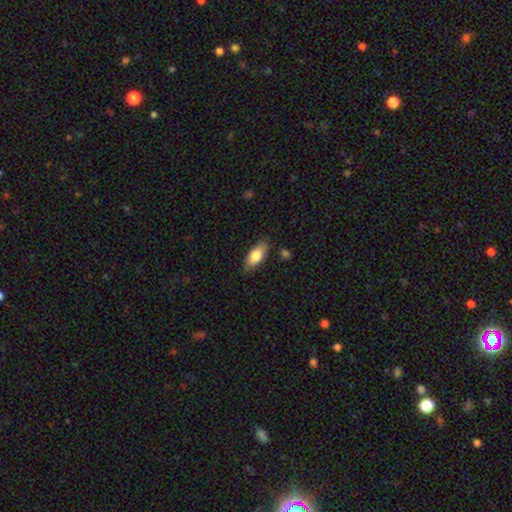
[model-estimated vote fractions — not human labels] Overall: smooth (78%). How rounded: in between (84%). Merging: none (83%).